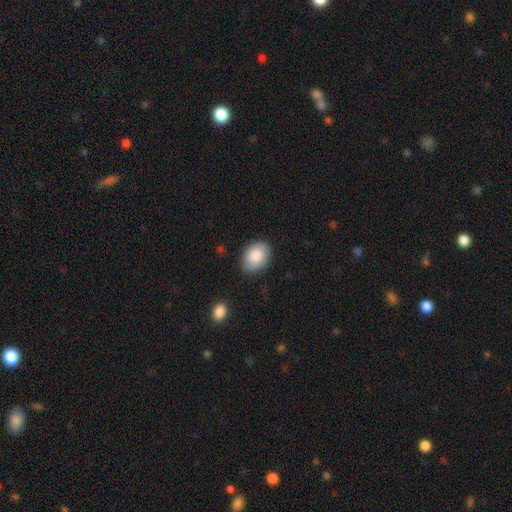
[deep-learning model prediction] Q: Smooth or featured?
A: smooth (87%); runner-up: featured or disk (7%)
Q: How rounded?
A: in between (77%); runner-up: round (22%)
Q: Merging?
A: none (83%); runner-up: minor disturbance (13%)